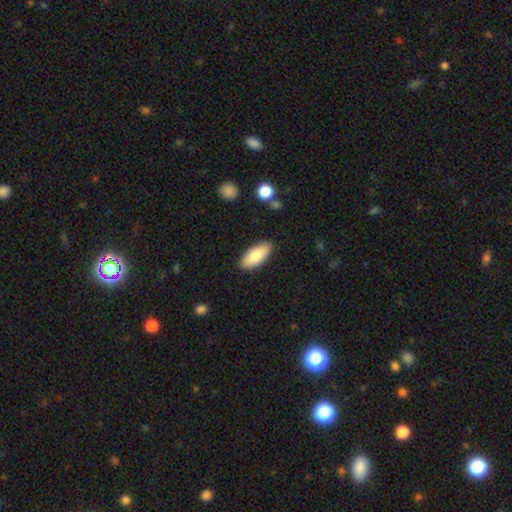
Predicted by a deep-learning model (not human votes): Q: Smooth or featured?
A: smooth (81%); runner-up: featured or disk (14%)
Q: How rounded?
A: in between (86%); runner-up: cigar-shaped (12%)
Q: Merging?
A: none (88%); runner-up: minor disturbance (9%)